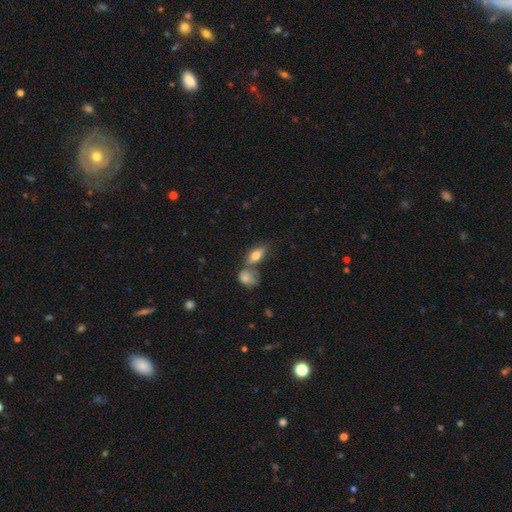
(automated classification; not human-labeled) Smooth or featured? smooth (77%)
How rounded? in between (83%)
Merging? none (49%)